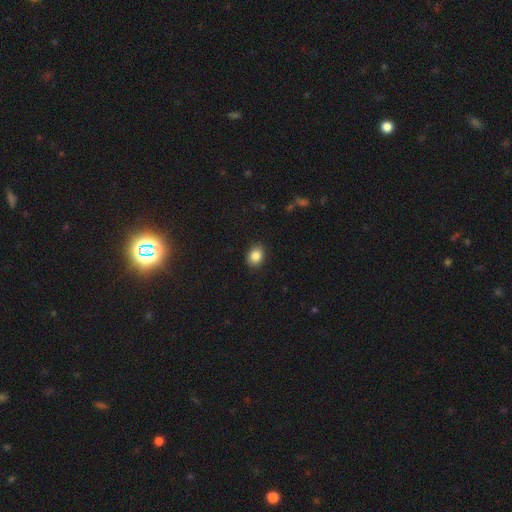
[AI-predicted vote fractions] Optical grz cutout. It shows a smooth galaxy with no disk features (86%) that is in between round and cigar-shaped (56%). Merging: none (88%).